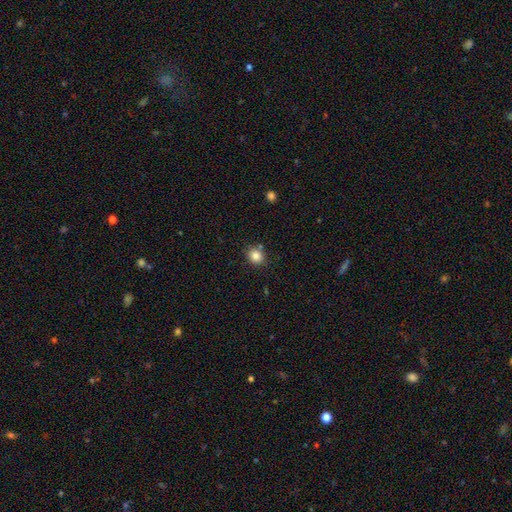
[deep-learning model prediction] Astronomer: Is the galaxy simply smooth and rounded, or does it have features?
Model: smooth — 84%.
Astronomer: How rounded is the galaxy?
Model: round — 72%.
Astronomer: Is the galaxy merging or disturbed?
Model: none — 82%.